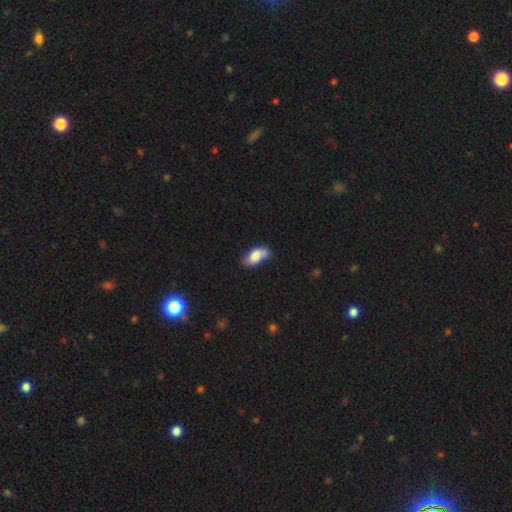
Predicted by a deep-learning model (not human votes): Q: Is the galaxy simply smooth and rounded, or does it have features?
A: smooth — 76%.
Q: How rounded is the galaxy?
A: in between — 91%.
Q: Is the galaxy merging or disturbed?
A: none — 61%.